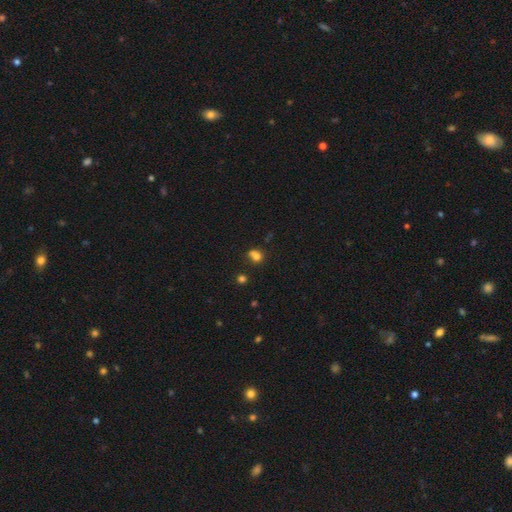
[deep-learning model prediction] Q: Smooth or featured?
A: smooth (75%); runner-up: star or artifact (15%)
Q: How rounded?
A: round (63%); runner-up: in between (35%)
Q: Merging?
A: none (41%); runner-up: merger (32%)